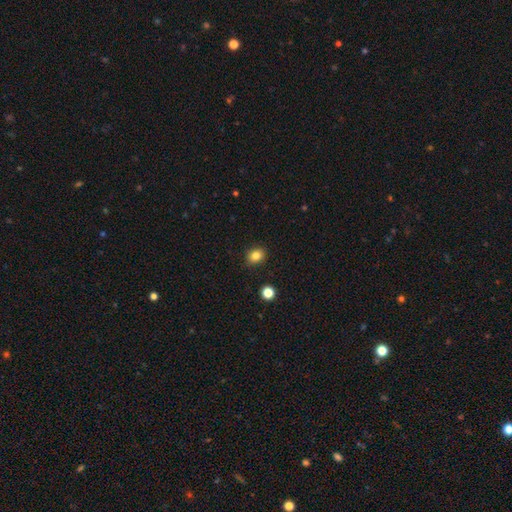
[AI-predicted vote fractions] Morphology: type=smooth (83%); roundness=round (62%); merging=none (90%).